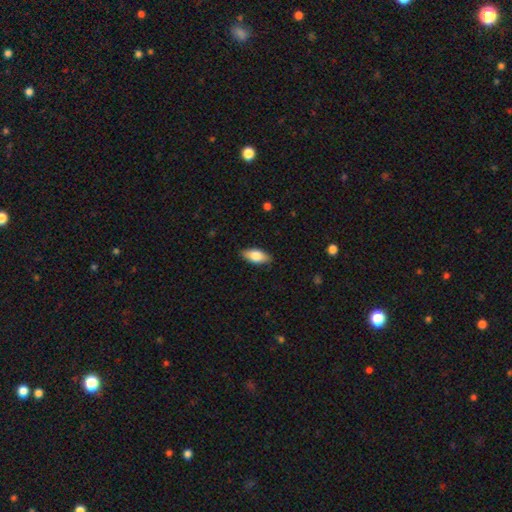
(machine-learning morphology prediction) The model was most divided on "smooth or featured": smooth: 80%, featured or disk: 14%, star or artifact: 6%. More confident: how rounded — in between (88%); merging — none (87%).